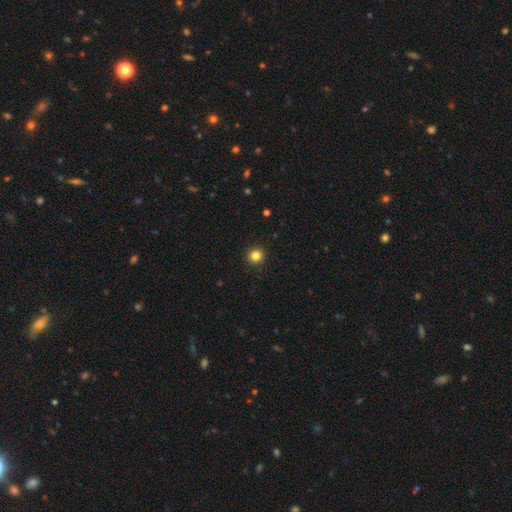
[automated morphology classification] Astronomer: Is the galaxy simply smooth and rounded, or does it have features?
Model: smooth — 84%.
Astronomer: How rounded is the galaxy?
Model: round — 94%.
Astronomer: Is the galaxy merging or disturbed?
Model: none — 93%.